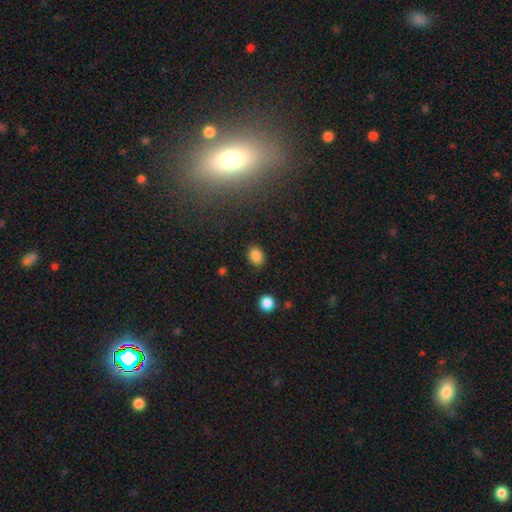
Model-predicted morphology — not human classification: A smooth galaxy with no disk features (85%) that is in between round and cigar-shaped (64%). Merging: none (86%).